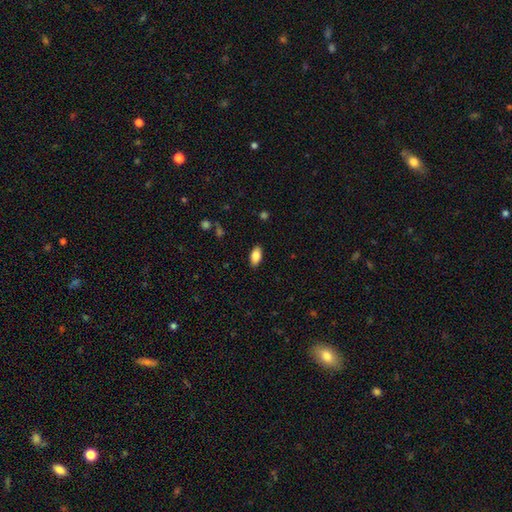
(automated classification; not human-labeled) smooth 84%, featured or disk 9%, star or artifact 7%. Down the decision tree: how rounded — in between (91%); merging — none (88%).